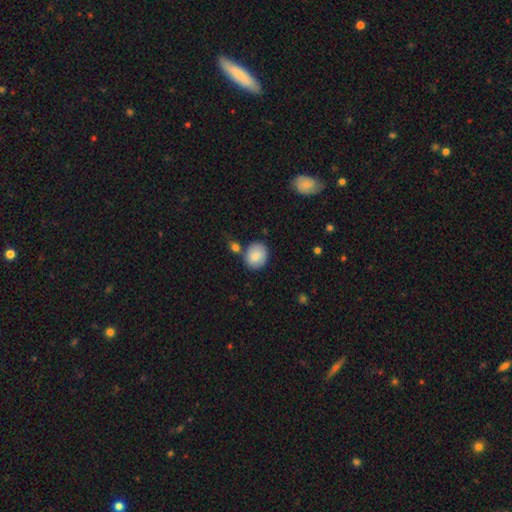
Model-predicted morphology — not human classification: Overall: smooth (84%). How rounded: round (65%; in between 34%). Merging: none (71%).